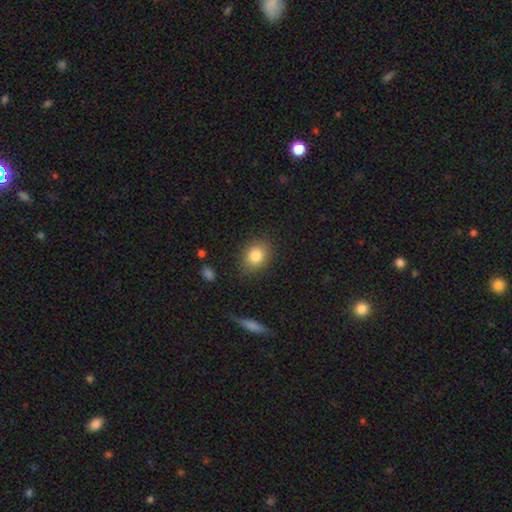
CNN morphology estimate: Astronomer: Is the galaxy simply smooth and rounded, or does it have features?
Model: smooth — 83%.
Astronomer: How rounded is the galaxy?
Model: in between — 53% (runner-up: round, 46%).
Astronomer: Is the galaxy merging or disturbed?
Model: none — 84%.